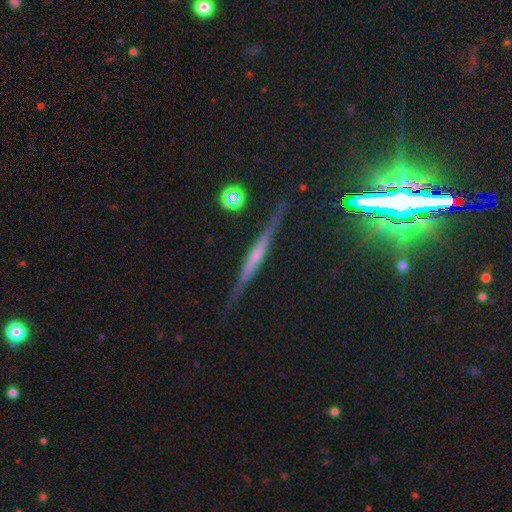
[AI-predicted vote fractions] Morphology: type=featured or disk (64%); edge-on=yes (96%); edge-on bulge=none (46%); merging=none (84%).